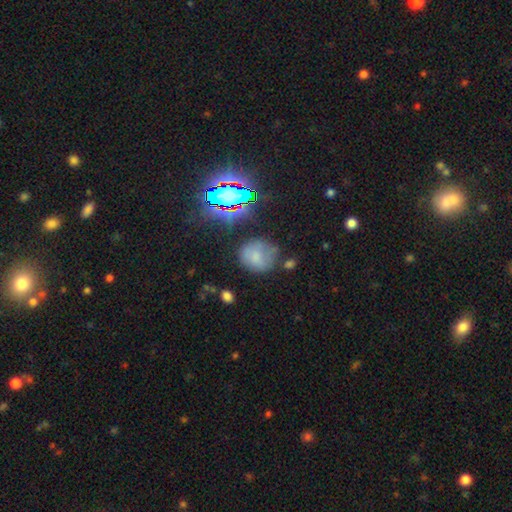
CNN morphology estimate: smooth 66%, star or artifact 19%, featured or disk 15%. Down the decision tree: how rounded — round (80%); merging — none (61%).